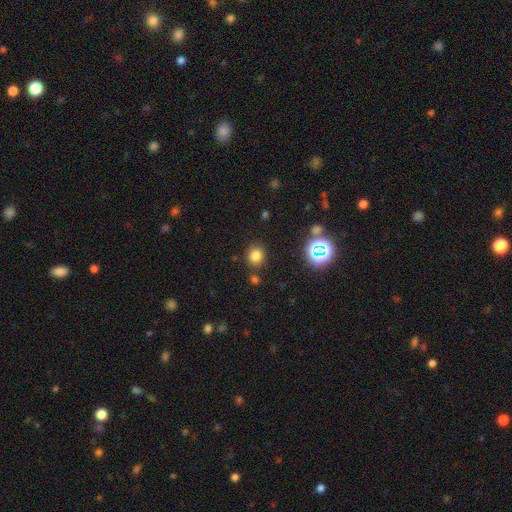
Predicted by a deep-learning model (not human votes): Smooth or featured? Predicted: smooth (p=0.76). How rounded? Predicted: round (p=0.76). Merging? Predicted: none (p=0.82).